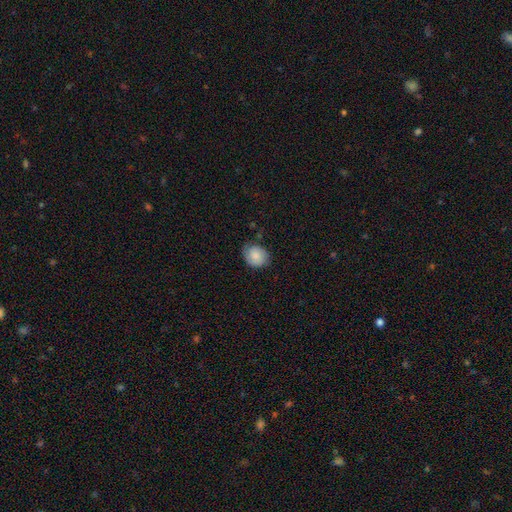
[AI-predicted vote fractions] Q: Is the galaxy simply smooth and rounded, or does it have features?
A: smooth — 77%.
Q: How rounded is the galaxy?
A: round — 65%.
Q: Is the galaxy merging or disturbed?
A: none — 68%.